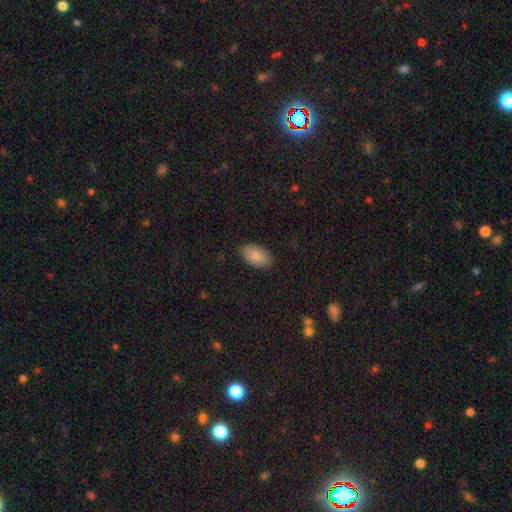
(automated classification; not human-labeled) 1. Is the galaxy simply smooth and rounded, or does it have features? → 88% smooth, 6% star or artifact, 6% featured or disk.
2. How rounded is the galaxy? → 95% in between, 4% round, 2% cigar-shaped.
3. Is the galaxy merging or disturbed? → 86% none, 10% minor disturbance, 2% major disturbance, 1% merger.